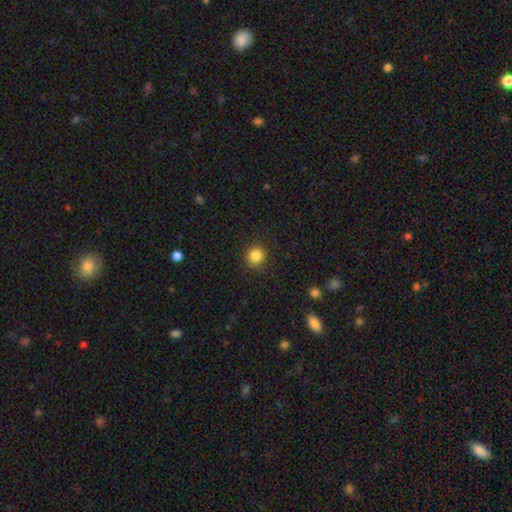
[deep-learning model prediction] smooth-or-featured: smooth: 85% | star or artifact: 11% | featured or disk: 4%
  how-rounded: round: 91% | in between: 8% | cigar-shaped: 1%
  merging: none: 87% | minor disturbance: 9% | major disturbance: 3% | merger: 1%